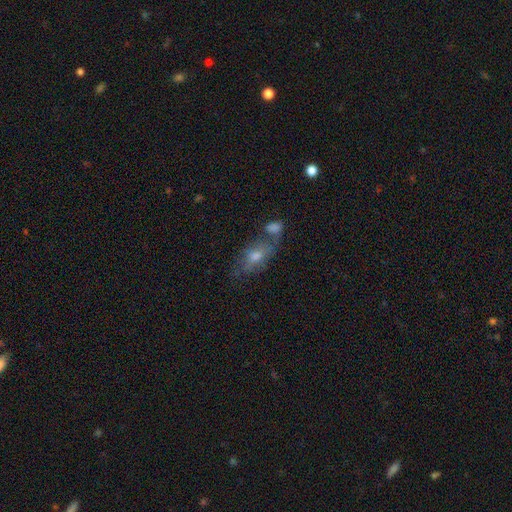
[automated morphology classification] This appears to be a smooth galaxy with no disk features (44%). Merging: none (56%).